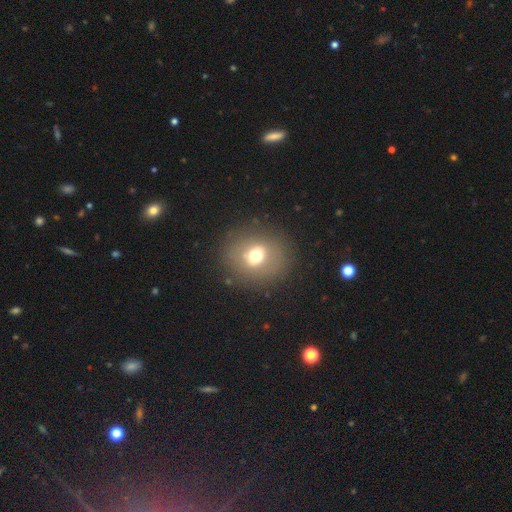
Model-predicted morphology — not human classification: Smooth or featured? Predicted: smooth (p=0.61). How rounded? Predicted: round (p=0.76). Merging? Predicted: none (p=0.84).